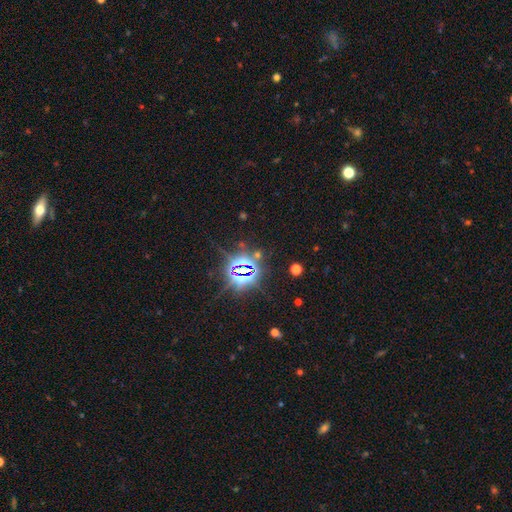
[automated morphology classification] Smooth or featured: star or artifact — 83% (smooth — 9%)